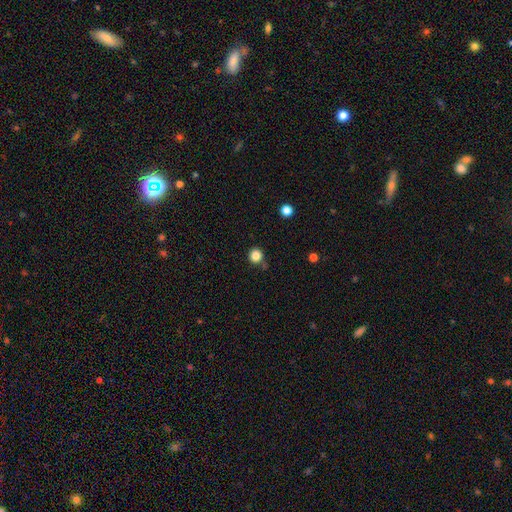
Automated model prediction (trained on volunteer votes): Smooth or featured? Predicted: smooth (p=0.85). How rounded? Predicted: round (p=0.93). Merging? Predicted: none (p=0.82).